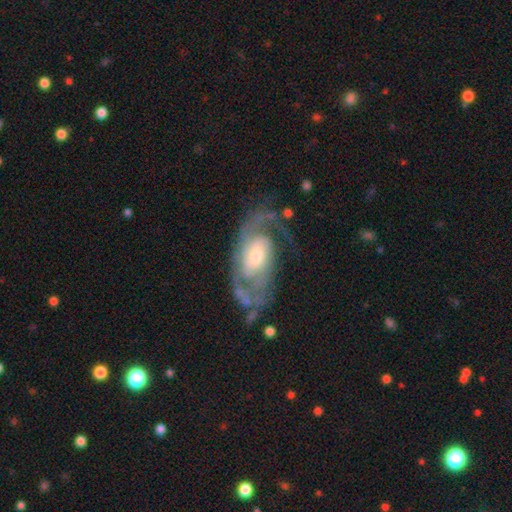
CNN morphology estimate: Smooth or featured? featured or disk (86%)
Edge-on disk? no (96%)
Bar? no (61%)
Spiral arms? yes (93%)
Spiral winding? medium (42%)
Spiral arm count? 2 (60%)
Bulge size? moderate (54%)
Merging? none (58%)